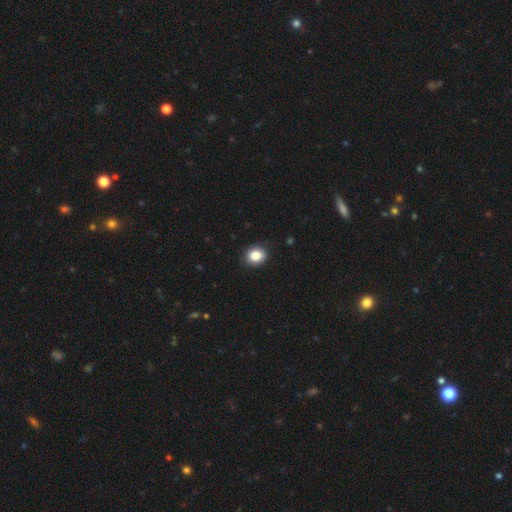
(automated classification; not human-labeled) A smooth galaxy with no disk features (86%) that is in between round and cigar-shaped (50%).

Vote fractions:
- Smooth or featured? smooth: 86% / star or artifact: 9% / featured or disk: 5%
- How rounded? in between: 50% / round: 49% / cigar-shaped: 1%
- Merging? none: 87% / minor disturbance: 10% / major disturbance: 2% / merger: 1%